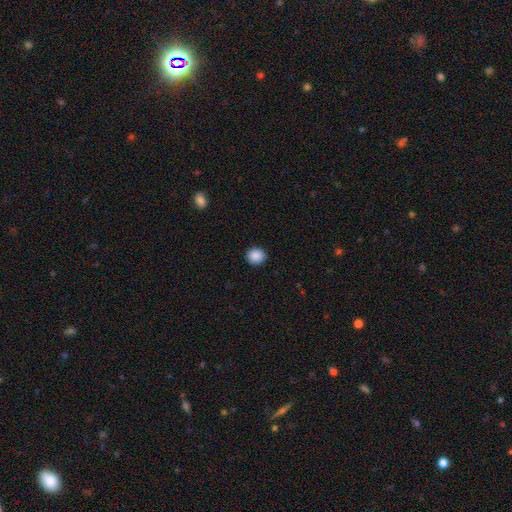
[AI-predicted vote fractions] Morphology: type=smooth (89%); roundness=round (80%); merging=none (91%).